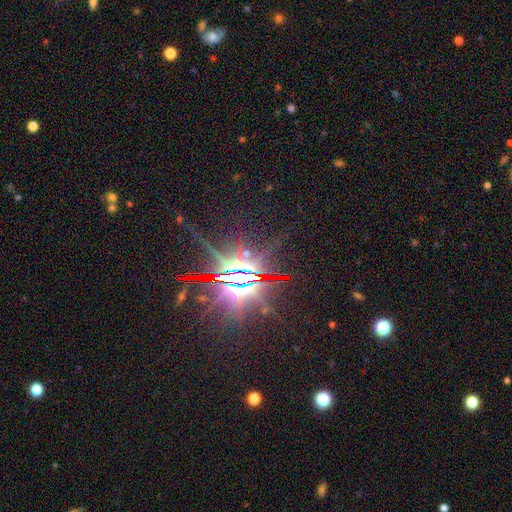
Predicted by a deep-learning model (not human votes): star or artifact 83%, featured or disk 12%, smooth 6%.